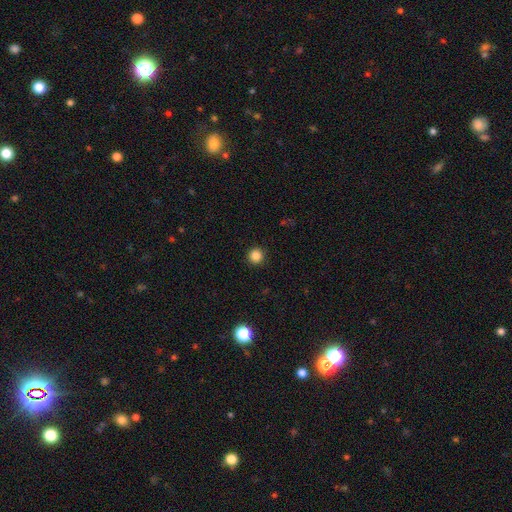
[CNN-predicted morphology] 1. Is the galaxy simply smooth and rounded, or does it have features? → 85% smooth, 11% star or artifact, 3% featured or disk.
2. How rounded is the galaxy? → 95% round, 4% in between, 1% cigar-shaped.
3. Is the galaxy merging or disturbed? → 92% none, 5% minor disturbance, 2% major disturbance, 1% merger.